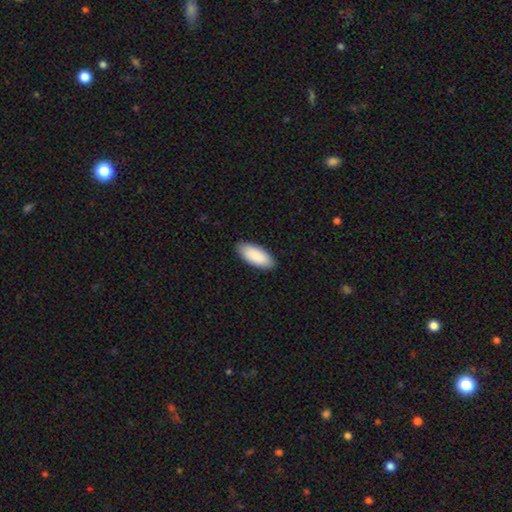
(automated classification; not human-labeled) smooth_or_featured: smooth (p=0.91) [alt: star or artifact p=0.05]
how_rounded: in between (p=0.88) [alt: cigar-shaped p=0.10]
merging: none (p=0.88) [alt: minor disturbance p=0.09]